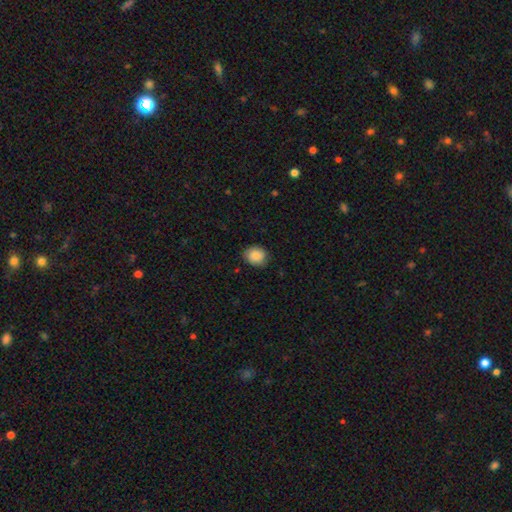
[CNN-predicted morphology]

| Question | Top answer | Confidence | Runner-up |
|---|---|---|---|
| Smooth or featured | smooth | 84% | featured or disk (9%) |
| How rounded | round | 68% | in between (31%) |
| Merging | none | 81% | minor disturbance (15%) |